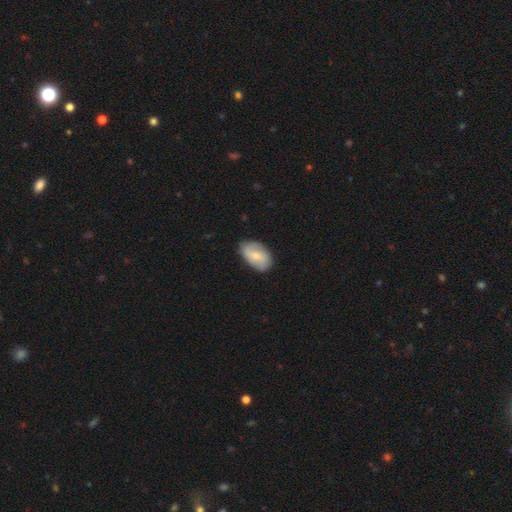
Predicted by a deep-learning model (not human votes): Morphology: type=smooth (59%); roundness=in between (91%); merging=none (78%).